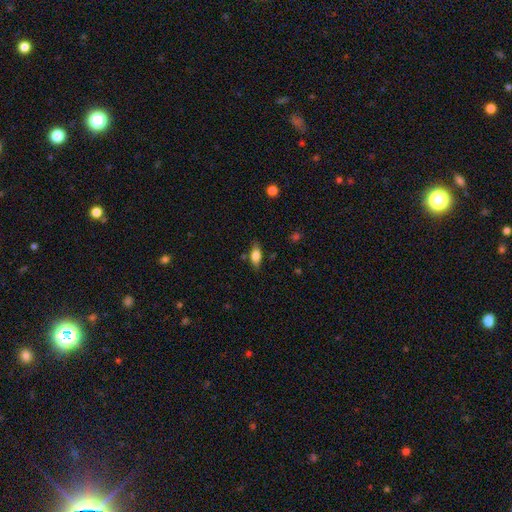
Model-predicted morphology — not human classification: smooth-or-featured: smooth: 74% | featured or disk: 18% | star or artifact: 7%
  how-rounded: in between: 81% | cigar-shaped: 16% | round: 4%
  merging: none: 78% | minor disturbance: 15% | major disturbance: 3% | merger: 3%